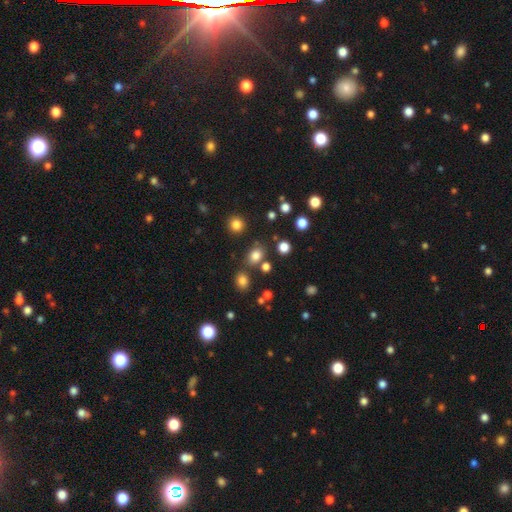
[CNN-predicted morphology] type=smooth (79%); roundness=in between (55%); merging=none (74%).